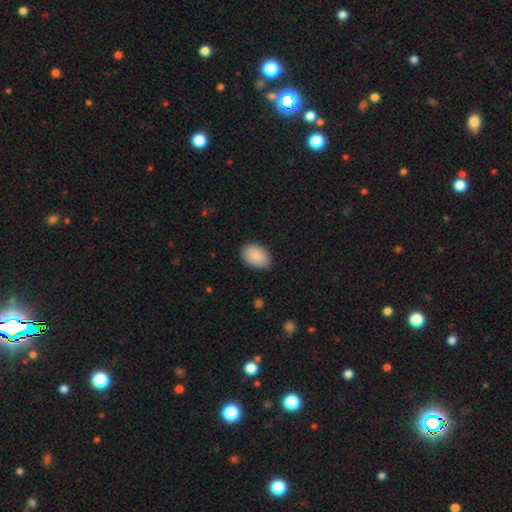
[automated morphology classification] smooth 89%, star or artifact 6%, featured or disk 4%. Down the decision tree: how rounded — in between (88%); merging — none (83%).